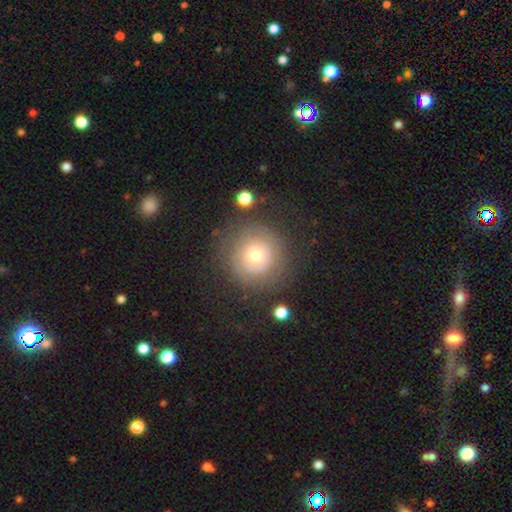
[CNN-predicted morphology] This appears to be a featured or disk galaxy (45%, tied with smooth). Merging: none (74%).